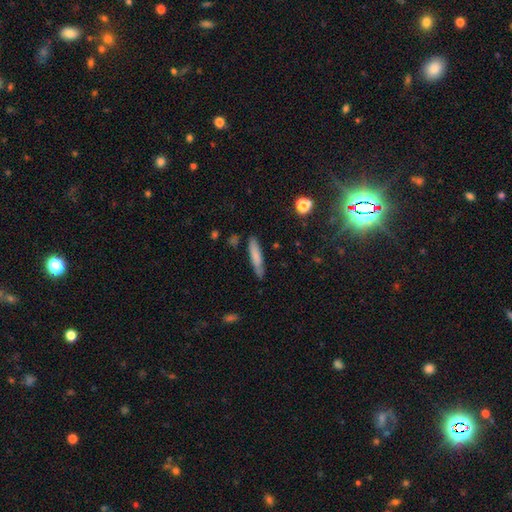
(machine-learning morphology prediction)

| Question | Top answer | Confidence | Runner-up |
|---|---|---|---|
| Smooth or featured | smooth | 76% | featured or disk (18%) |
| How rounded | cigar-shaped | 86% | in between (12%) |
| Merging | none | 82% | minor disturbance (14%) |